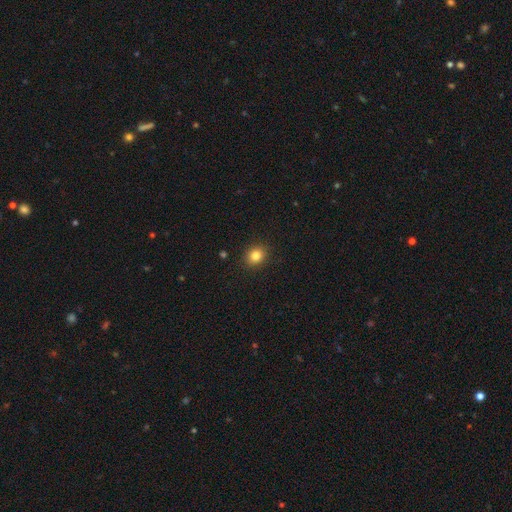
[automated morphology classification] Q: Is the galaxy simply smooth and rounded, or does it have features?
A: smooth — 83%.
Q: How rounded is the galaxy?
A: round — 70%.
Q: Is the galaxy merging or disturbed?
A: none — 90%.